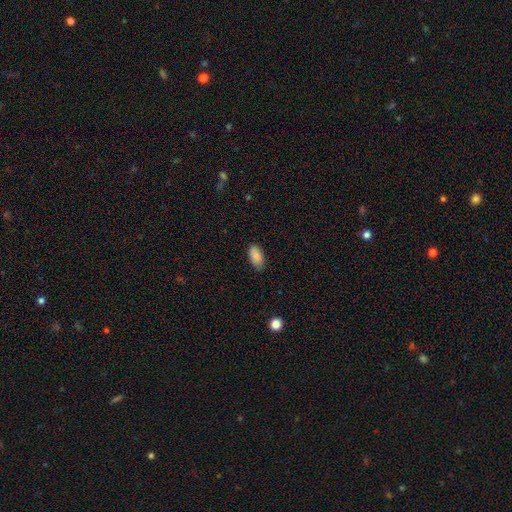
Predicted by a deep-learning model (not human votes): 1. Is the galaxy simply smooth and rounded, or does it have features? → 84% smooth, 9% featured or disk, 7% star or artifact.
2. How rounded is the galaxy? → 94% in between, 3% cigar-shaped, 3% round.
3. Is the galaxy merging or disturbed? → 78% none, 18% minor disturbance, 3% major disturbance, 1% merger.